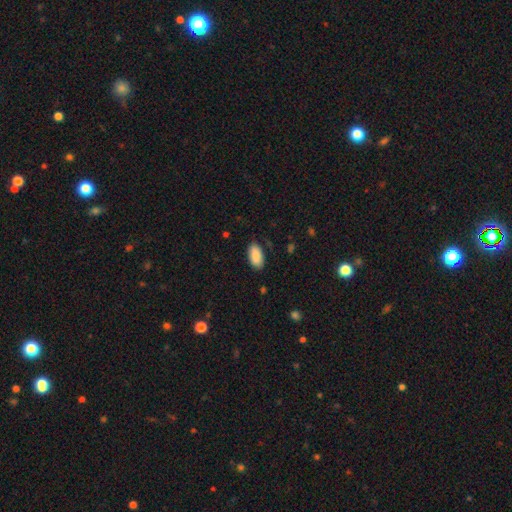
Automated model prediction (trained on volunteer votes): Smooth or featured: smooth — 89% (star or artifact — 6%)
How rounded: in between — 93% (cigar-shaped — 5%)
Merging: none — 84% (minor disturbance — 12%)